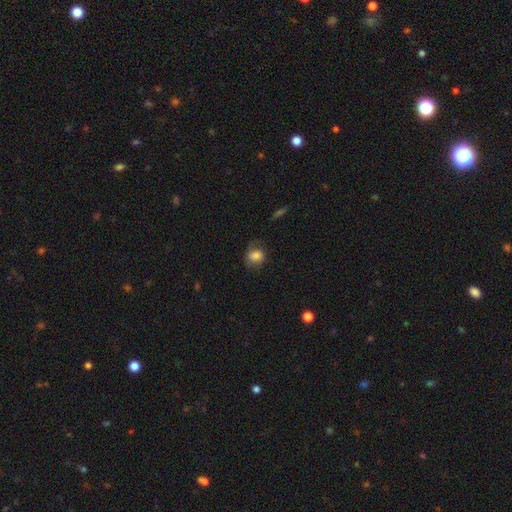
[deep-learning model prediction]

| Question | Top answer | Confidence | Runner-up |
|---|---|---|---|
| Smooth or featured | smooth | 76% | featured or disk (15%) |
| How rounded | round | 63% | in between (36%) |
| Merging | none | 56% | minor disturbance (26%) |